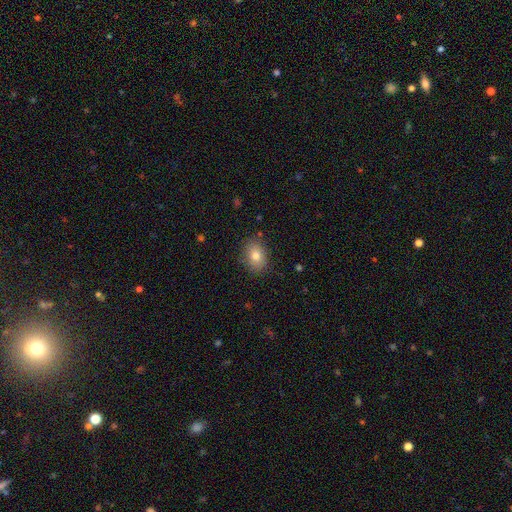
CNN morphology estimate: smooth 80%, featured or disk 11%, star or artifact 9%. Down the decision tree: how rounded — in between (70%); merging — none (85%).